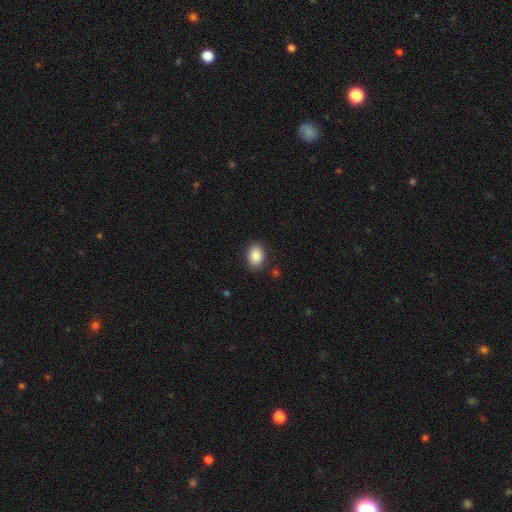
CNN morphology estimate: Smooth or featured? smooth (87%)
How rounded? in between (78%)
Merging? none (87%)